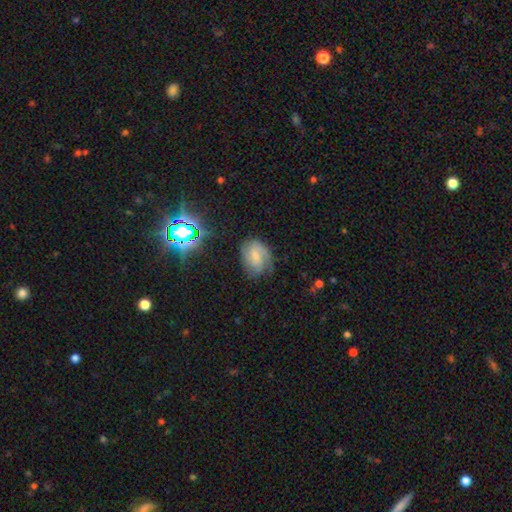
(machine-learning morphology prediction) Overall: featured or disk (54%; smooth 34%). Edge-on disk: no (97%). Bar: weak (50%; no 35%). Spiral arms: yes (89%). Bulge size: small (42%; moderate 27%). Merging: none (64%).